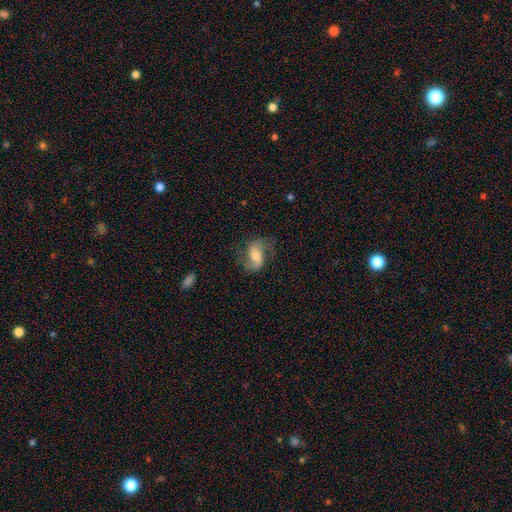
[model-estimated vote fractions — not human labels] Morphology: type=featured or disk (70%); edge-on=no (96%); bar=weak (44%); spiral arms=yes (93%); winding=loose (55%); arm count=2 (87%); bulge=moderate (54%); merging=none (66%).